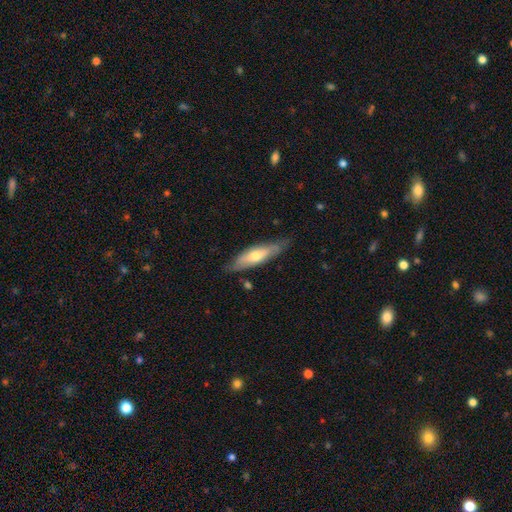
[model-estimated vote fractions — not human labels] Smooth or featured: smooth — 51% (featured or disk — 43%)
How rounded: cigar-shaped — 60% (in between — 38%)
Merging: none — 77% (minor disturbance — 18%)